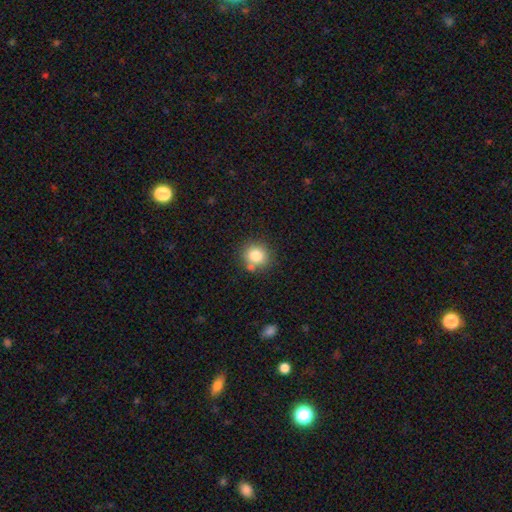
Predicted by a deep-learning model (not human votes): Smooth or featured: smooth — 81% (star or artifact — 11%)
How rounded: round — 84% (in between — 15%)
Merging: none — 74% (merger — 12%)